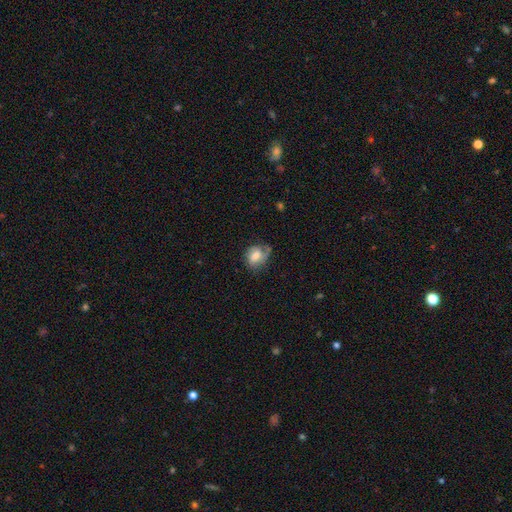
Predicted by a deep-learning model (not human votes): Overall: smooth (58%; featured or disk 33%). How rounded: in between (52%; round 47%). Merging: none (48%; minor disturbance 32%).